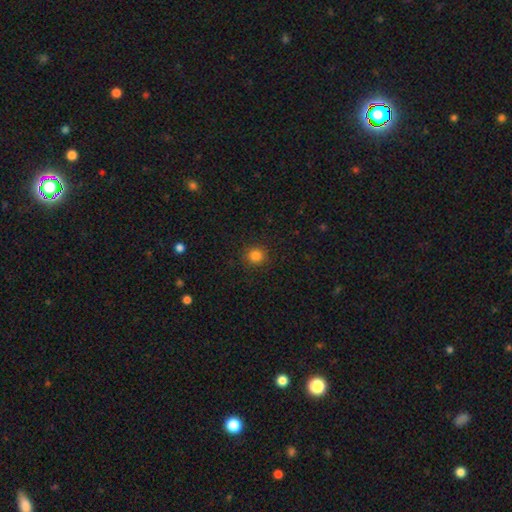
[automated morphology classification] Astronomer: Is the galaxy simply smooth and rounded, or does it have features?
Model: smooth — 83%.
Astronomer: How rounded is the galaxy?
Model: round — 93%.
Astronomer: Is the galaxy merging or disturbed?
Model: none — 90%.